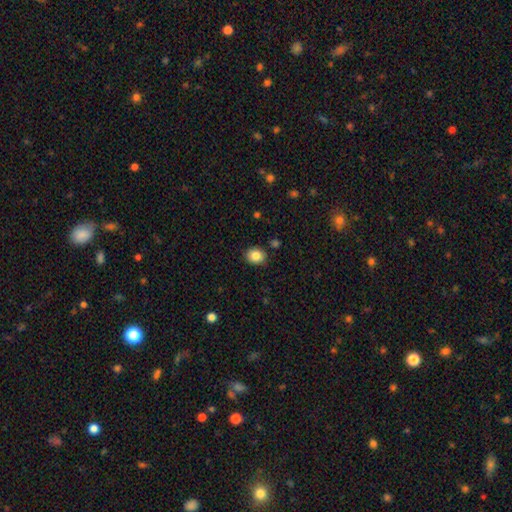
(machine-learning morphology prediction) Smooth or featured: smooth — 85% (star or artifact — 9%)
How rounded: round — 55% (in between — 44%)
Merging: none — 87% (minor disturbance — 9%)